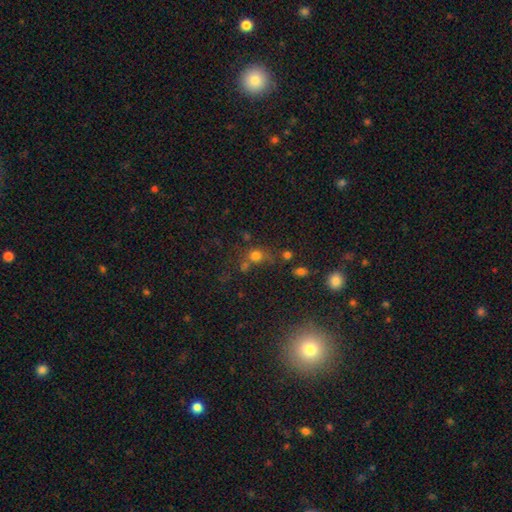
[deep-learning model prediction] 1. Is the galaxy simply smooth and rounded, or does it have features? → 70% smooth, 20% star or artifact, 10% featured or disk.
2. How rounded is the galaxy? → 80% round, 19% in between, 1% cigar-shaped.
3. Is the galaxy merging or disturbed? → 52% none, 24% merger, 14% minor disturbance, 10% major disturbance.